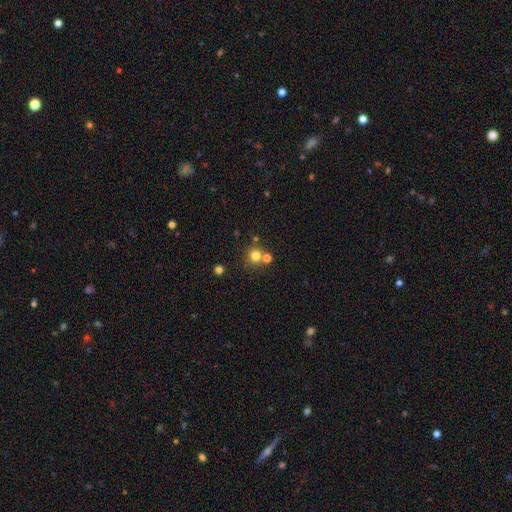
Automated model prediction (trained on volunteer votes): A smooth galaxy with no disk features (76%) that is round (92%). Merging: none (66%).